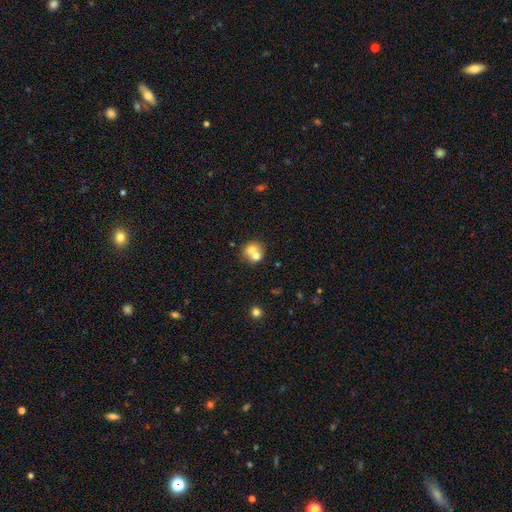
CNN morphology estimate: A smooth galaxy with no disk features (66%) that is round (80%).

Vote fractions:
- Smooth or featured? smooth: 66% / featured or disk: 23% / star or artifact: 10%
- How rounded? round: 80% / in between: 19% / cigar-shaped: 1%
- Merging? merger: 55% / none: 36% / minor disturbance: 6% / major disturbance: 3%